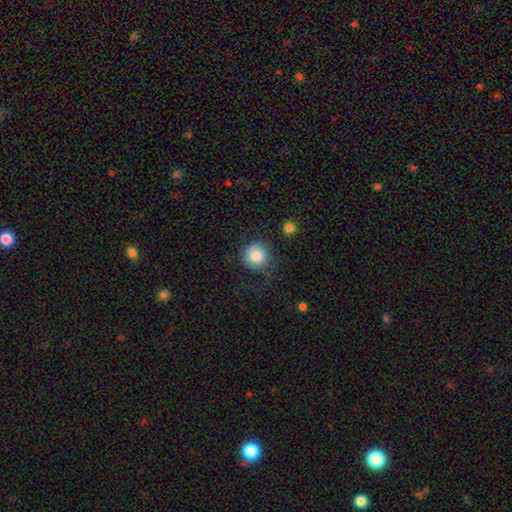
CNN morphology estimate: Smooth or featured? Predicted: smooth (p=0.82). How rounded? Predicted: round (p=0.92). Merging? Predicted: none (p=0.66).